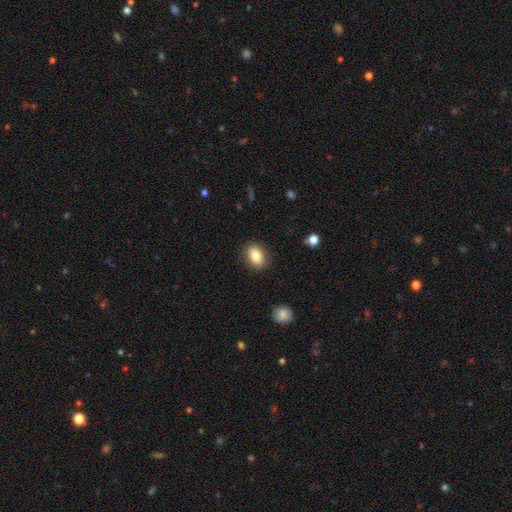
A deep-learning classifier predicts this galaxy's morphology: Q: Smooth or featured?
A: smooth (85%); runner-up: star or artifact (8%)
Q: How rounded?
A: in between (80%); runner-up: round (18%)
Q: Merging?
A: none (86%); runner-up: minor disturbance (10%)